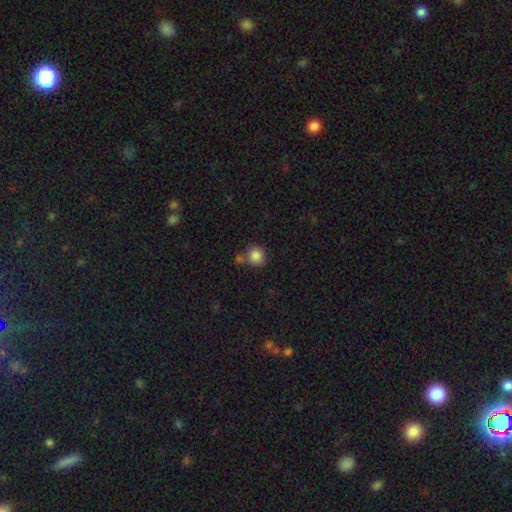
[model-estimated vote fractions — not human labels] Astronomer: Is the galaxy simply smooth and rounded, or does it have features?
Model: smooth — 86%.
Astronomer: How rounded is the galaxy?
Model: round — 89%.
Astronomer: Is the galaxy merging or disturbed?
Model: none — 65%.